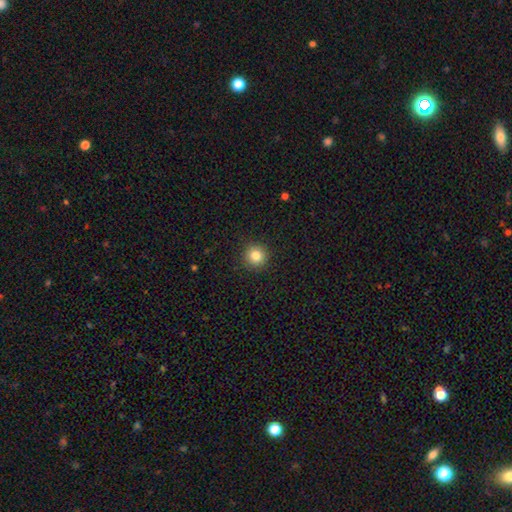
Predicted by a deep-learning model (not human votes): This appears to be a smooth galaxy with no disk features (83%) that is round (95%). Merging: none (92%).